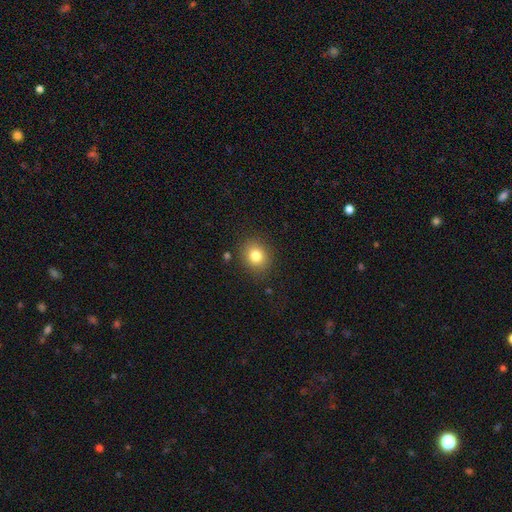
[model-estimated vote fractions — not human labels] smooth-or-featured: smooth: 81% | star or artifact: 11% | featured or disk: 8%
  how-rounded: round: 73% | in between: 26% | cigar-shaped: 1%
  merging: none: 86% | minor disturbance: 9% | major disturbance: 3% | merger: 2%